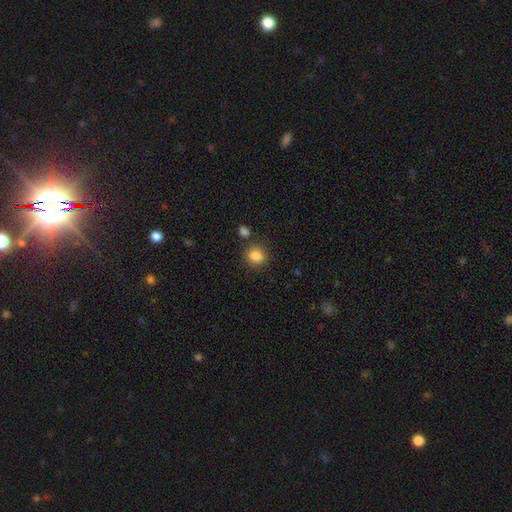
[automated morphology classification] The model was most divided on "how rounded": round: 75%, in between: 24%, cigar-shaped: 1%. More confident: smooth or featured — smooth (86%); merging — none (81%).